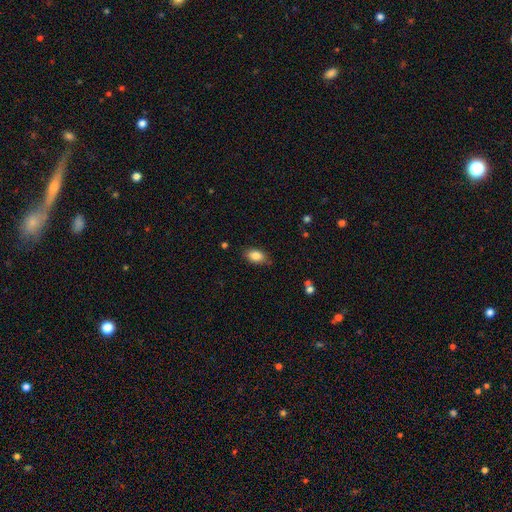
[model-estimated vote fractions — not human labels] The model was most divided on "merging": none: 80%, minor disturbance: 16%, major disturbance: 3%, merger: 1%. More confident: how rounded — in between (88%); smooth or featured — smooth (86%).